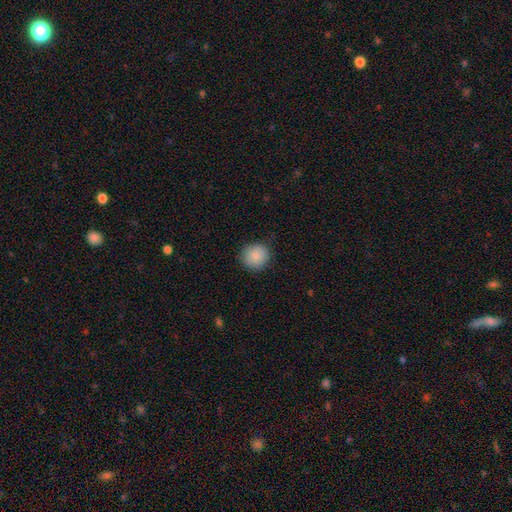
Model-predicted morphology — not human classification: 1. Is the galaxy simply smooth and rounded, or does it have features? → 85% smooth, 8% star or artifact, 7% featured or disk.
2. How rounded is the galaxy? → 92% round, 7% in between, 1% cigar-shaped.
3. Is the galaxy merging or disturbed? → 85% none, 12% minor disturbance, 3% major disturbance, 1% merger.